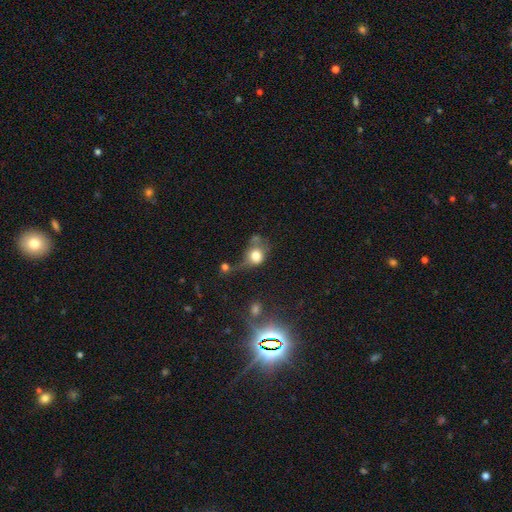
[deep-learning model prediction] Morphology: type=smooth (73%); roundness=round (66%); merging=none (30%).